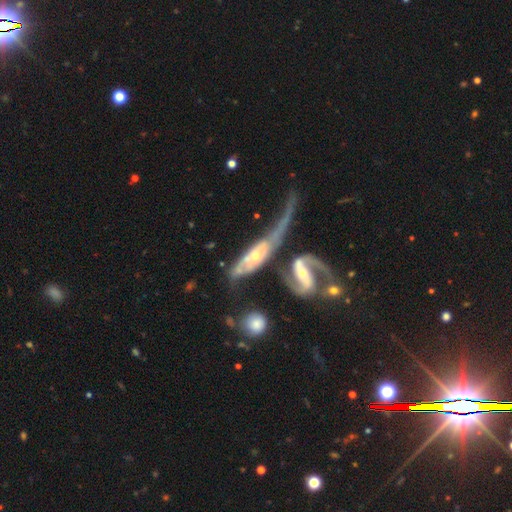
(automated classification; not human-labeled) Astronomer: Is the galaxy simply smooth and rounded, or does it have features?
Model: featured or disk — 78%.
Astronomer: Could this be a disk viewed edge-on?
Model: no — 81%.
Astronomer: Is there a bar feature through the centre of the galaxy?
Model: no — 50% (runner-up: weak, 30%).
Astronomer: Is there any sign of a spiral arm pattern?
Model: yes — 82%.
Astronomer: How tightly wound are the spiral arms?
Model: loose — 44% (runner-up: medium, 34%).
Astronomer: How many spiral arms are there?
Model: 2 — 64%.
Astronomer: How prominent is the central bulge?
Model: moderate — 54% (runner-up: small, 39%).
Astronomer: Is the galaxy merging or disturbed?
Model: merger — 53%.